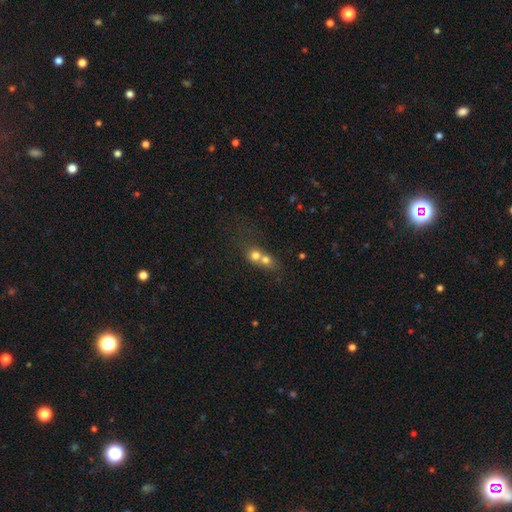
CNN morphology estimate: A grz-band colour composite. It shows a smooth galaxy with no disk features (68%) that is round (72%). Merging: merger (72%).